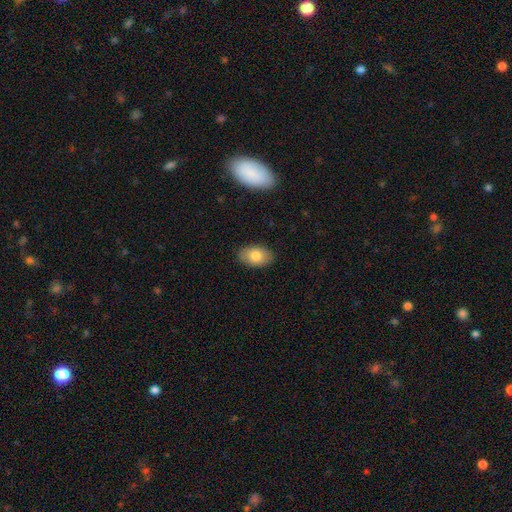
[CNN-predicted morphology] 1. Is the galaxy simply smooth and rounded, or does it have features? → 80% smooth, 13% featured or disk, 7% star or artifact.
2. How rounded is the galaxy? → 91% in between, 8% round, 1% cigar-shaped.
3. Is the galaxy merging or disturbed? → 87% none, 10% minor disturbance, 2% major disturbance, 1% merger.